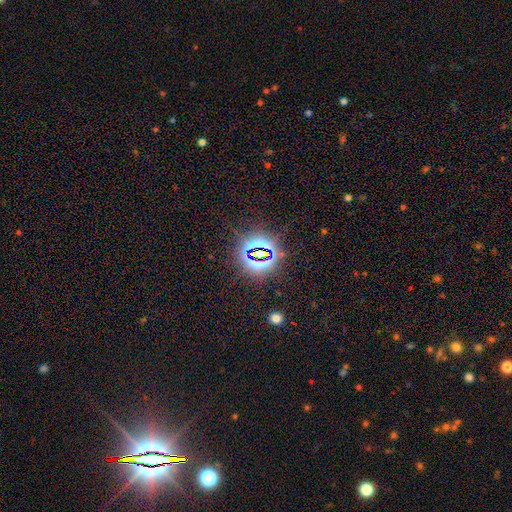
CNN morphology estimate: star or artifact 78%, smooth 13%, featured or disk 8%.